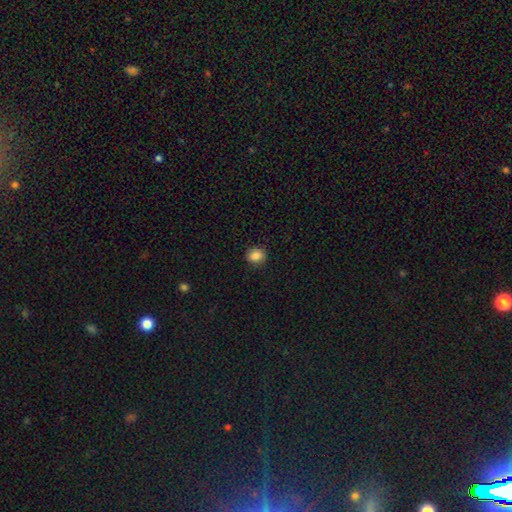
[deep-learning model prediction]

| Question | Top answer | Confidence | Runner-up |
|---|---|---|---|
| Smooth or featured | smooth | 87% | star or artifact (10%) |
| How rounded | round | 64% | in between (35%) |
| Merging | none | 88% | minor disturbance (9%) |